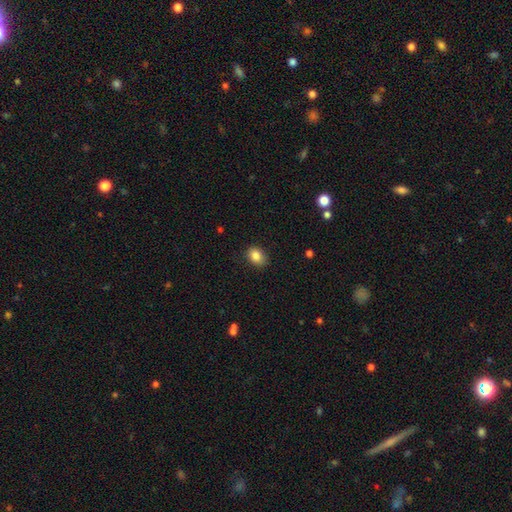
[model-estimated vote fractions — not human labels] smooth 85%, star or artifact 9%, featured or disk 6%. Down the decision tree: how rounded — in between (63%); merging — none (86%).